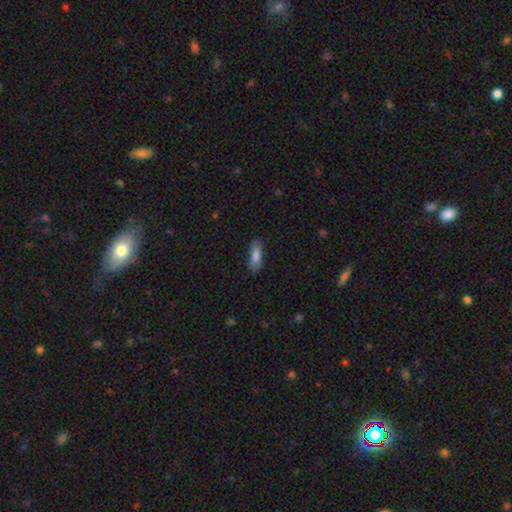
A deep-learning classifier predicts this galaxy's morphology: type=smooth (82%); roundness=in between (66%); merging=none (81%).